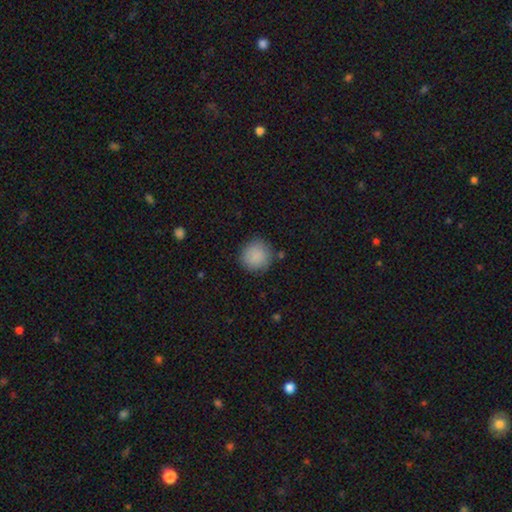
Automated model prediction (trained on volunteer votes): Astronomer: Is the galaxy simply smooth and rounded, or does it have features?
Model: smooth — 88%.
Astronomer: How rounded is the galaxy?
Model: round — 93%.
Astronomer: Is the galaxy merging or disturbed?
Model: none — 84%.